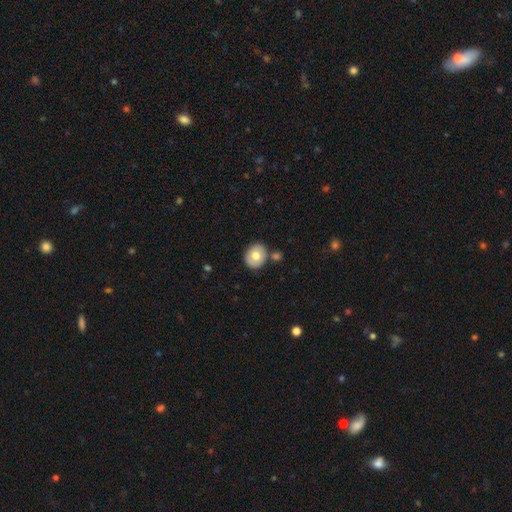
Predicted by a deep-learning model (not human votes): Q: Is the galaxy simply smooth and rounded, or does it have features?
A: smooth — 71%.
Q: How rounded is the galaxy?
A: round — 65%.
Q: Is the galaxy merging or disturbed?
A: none — 76%.